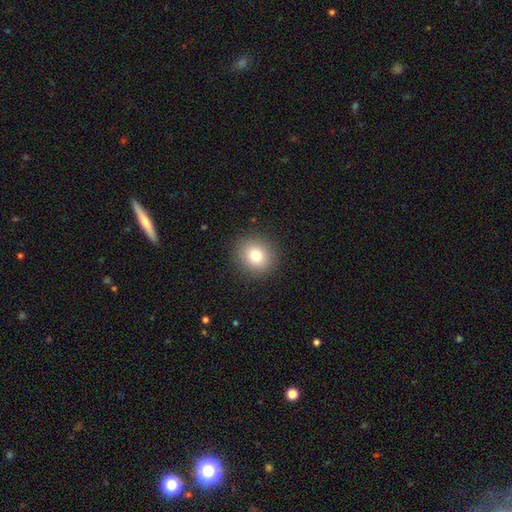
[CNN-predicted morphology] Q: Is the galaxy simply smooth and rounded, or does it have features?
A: smooth — 79%.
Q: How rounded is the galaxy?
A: round — 85%.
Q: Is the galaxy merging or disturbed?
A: none — 90%.